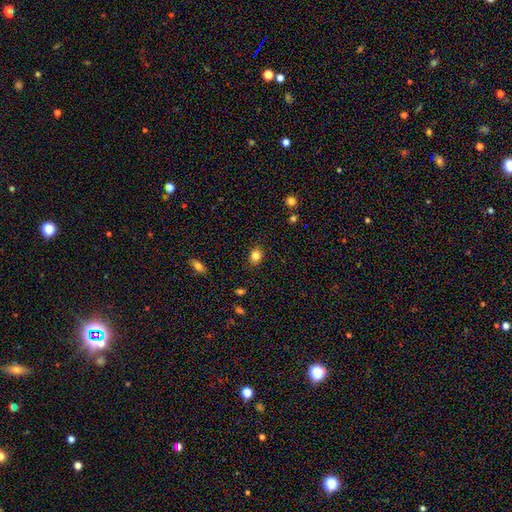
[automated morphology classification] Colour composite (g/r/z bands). It shows a smooth galaxy with no disk features (82%) that is round (52%). Merging: none (87%).